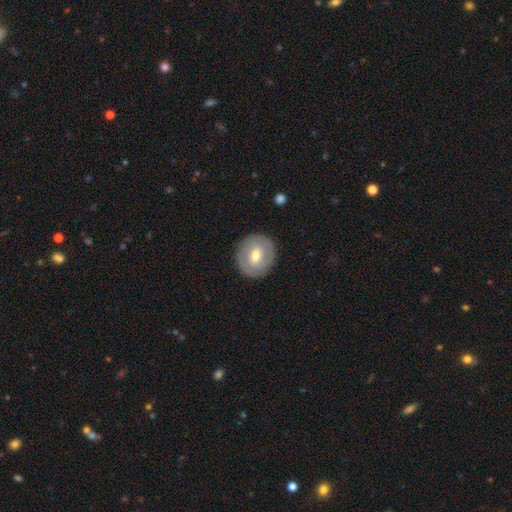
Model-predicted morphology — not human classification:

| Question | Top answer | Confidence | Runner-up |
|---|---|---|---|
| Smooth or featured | featured or disk | 47% | smooth (46%) |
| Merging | none | 88% | minor disturbance (9%) |